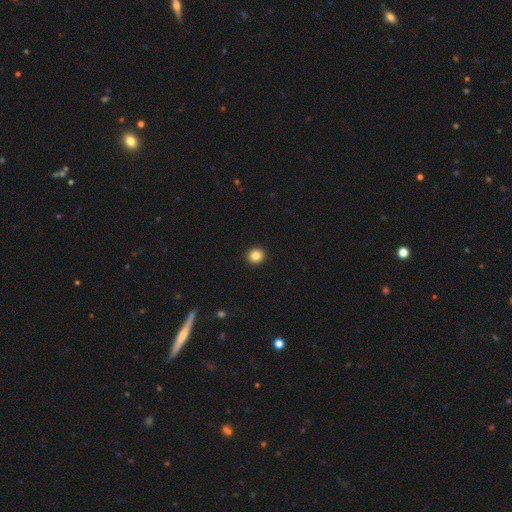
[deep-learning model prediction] A smooth galaxy with no disk features (84%) that is round (87%).

Vote fractions:
- Smooth or featured? smooth: 84% / star or artifact: 11% / featured or disk: 5%
- How rounded? round: 87% / in between: 12% / cigar-shaped: 1%
- Merging? none: 94% / minor disturbance: 4% / major disturbance: 1% / merger: 1%